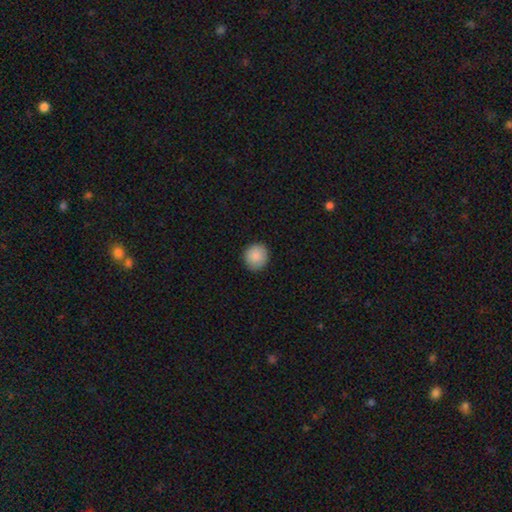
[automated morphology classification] A smooth galaxy with no disk features (89%) that is round (88%).

Vote fractions:
- Smooth or featured? smooth: 89% / star or artifact: 7% / featured or disk: 4%
- How rounded? round: 88% / in between: 12% / cigar-shaped: 1%
- Merging? none: 89% / minor disturbance: 8% / major disturbance: 2% / merger: 1%